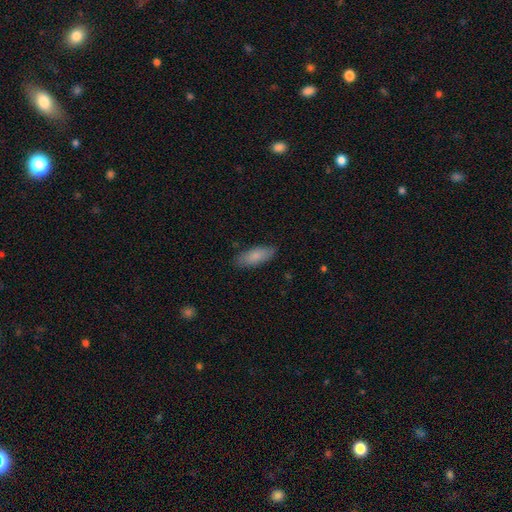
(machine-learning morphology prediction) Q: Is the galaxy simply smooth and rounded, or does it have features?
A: smooth — 83%.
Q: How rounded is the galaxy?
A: in between — 69%.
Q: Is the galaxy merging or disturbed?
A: none — 84%.